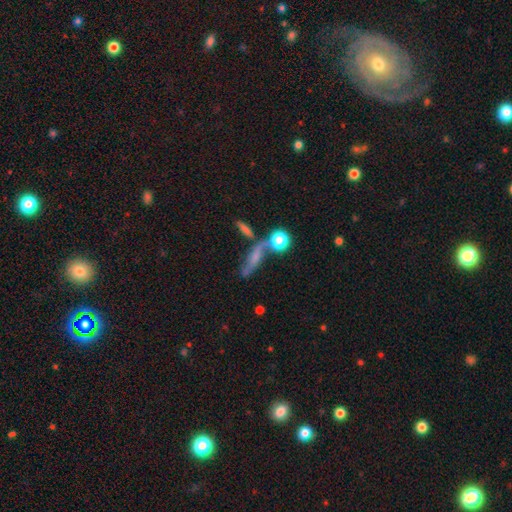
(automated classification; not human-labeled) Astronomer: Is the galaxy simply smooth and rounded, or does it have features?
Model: featured or disk — 50% (runner-up: smooth, 35%).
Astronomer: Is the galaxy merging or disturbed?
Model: none — 50%.